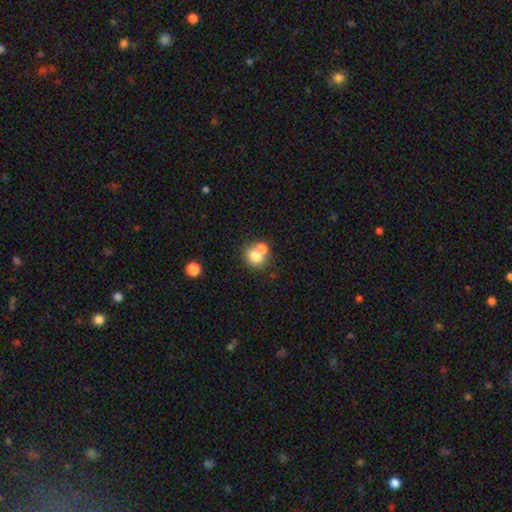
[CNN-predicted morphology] This is likely a smooth galaxy (74%). How rounded: possibly round (60%). Merging: marginally merger (45%).